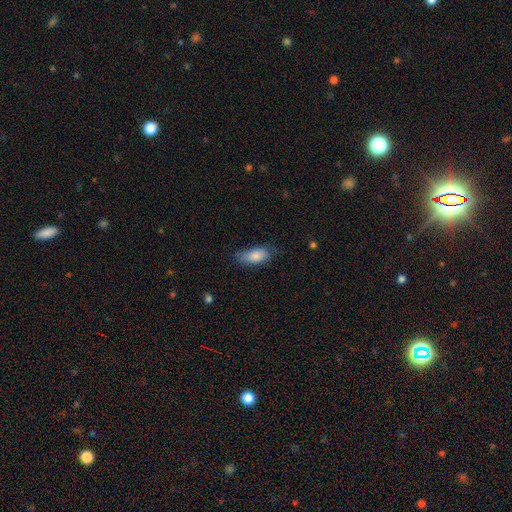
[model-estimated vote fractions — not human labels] A smooth galaxy with no disk features (84%) that is in between round and cigar-shaped (83%).

Vote fractions:
- Smooth or featured? smooth: 84% / featured or disk: 10% / star or artifact: 6%
- How rounded? in between: 83% / cigar-shaped: 14% / round: 2%
- Merging? none: 66% / minor disturbance: 26% / major disturbance: 6% / merger: 1%